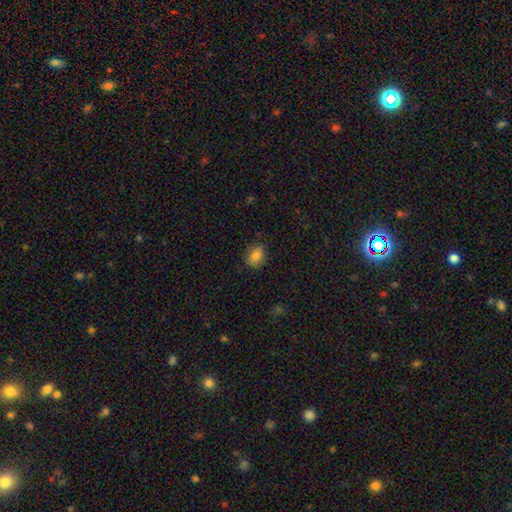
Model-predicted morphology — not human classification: Smooth or featured? smooth (84%)
How rounded? in between (65%)
Merging? none (80%)